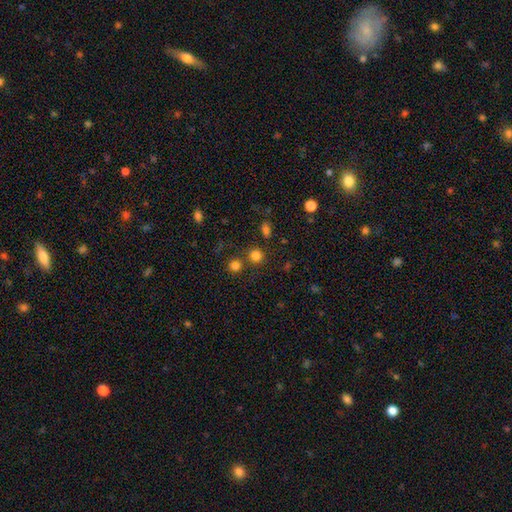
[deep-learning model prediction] Smooth or featured? Predicted: smooth (p=0.78). How rounded? Predicted: round (p=0.90). Merging? Predicted: none (p=0.75).